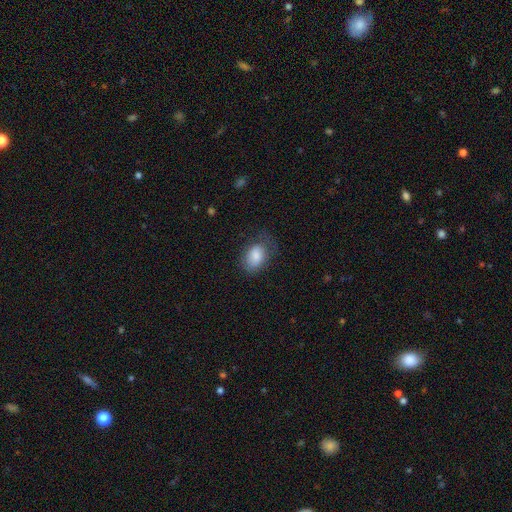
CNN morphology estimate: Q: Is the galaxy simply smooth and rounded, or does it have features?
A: smooth — 80%.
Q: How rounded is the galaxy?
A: in between — 78%.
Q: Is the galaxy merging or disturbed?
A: none — 55%.